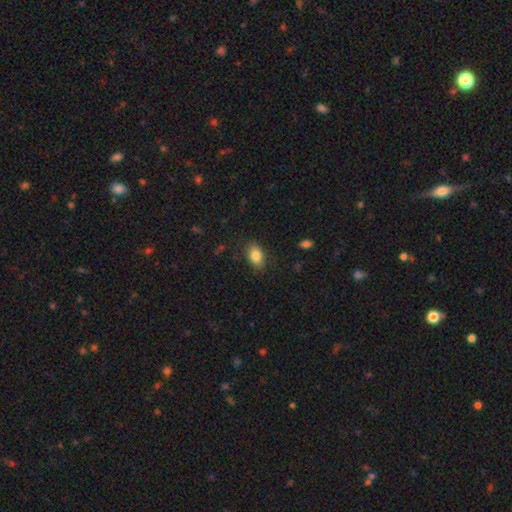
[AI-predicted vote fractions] Smooth or featured? Predicted: smooth (p=0.84). How rounded? Predicted: in between (p=0.87). Merging? Predicted: none (p=0.84).